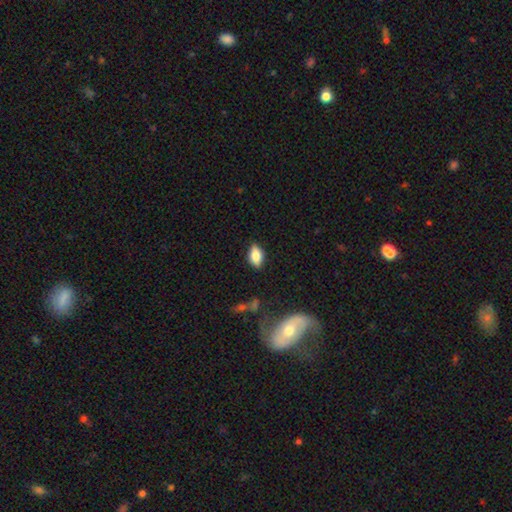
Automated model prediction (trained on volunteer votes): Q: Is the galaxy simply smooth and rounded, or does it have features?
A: smooth — 78%.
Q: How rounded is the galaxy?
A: in between — 89%.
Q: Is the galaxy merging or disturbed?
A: none — 83%.